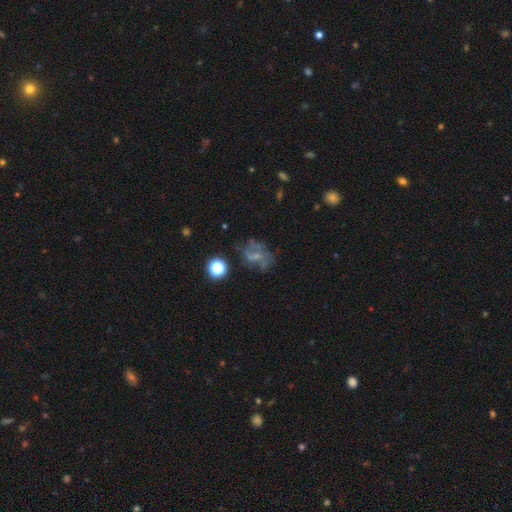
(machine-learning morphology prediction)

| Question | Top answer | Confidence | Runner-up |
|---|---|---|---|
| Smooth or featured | featured or disk | 53% | smooth (27%) |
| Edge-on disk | no | 97% | yes (3%) |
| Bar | no | 57% | weak (34%) |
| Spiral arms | yes | 56% | no (44%) |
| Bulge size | small | 51% | none (28%) |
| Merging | none | 48% | major disturbance (25%) |